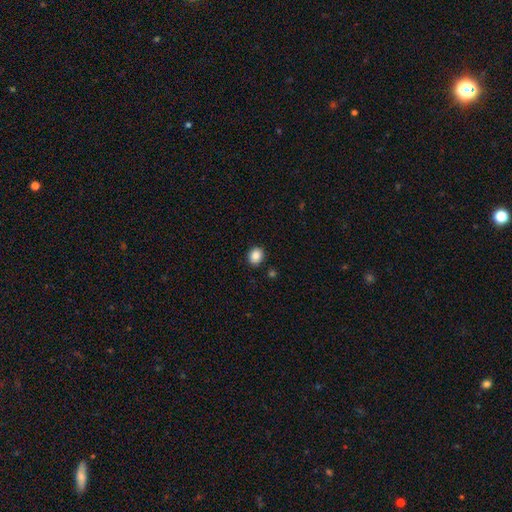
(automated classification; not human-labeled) This is clearly a smooth galaxy (87%). How rounded: likely round (68%). Merging: clearly none (88%).